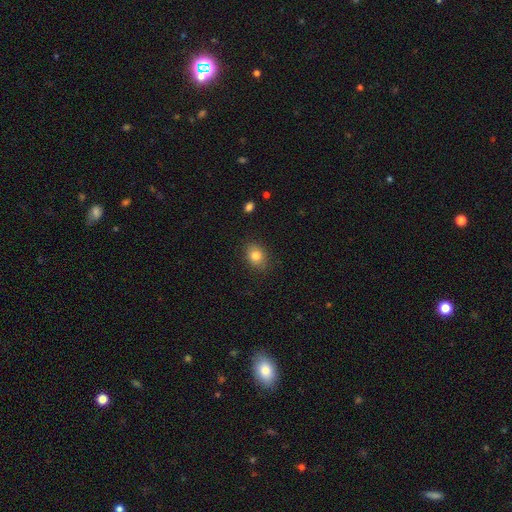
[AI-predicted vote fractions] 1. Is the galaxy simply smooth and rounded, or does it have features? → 82% smooth, 10% star or artifact, 8% featured or disk.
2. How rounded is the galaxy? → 59% in between, 40% round, 1% cigar-shaped.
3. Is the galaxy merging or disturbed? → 86% none, 11% minor disturbance, 3% major disturbance, 1% merger.